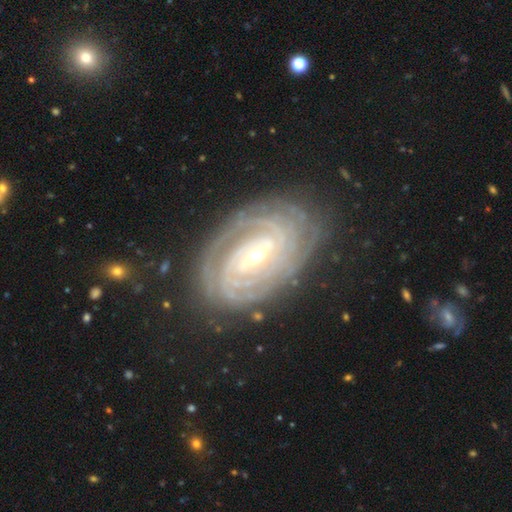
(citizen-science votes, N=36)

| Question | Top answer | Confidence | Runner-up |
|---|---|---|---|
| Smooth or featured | featured or disk | 97% | star or artifact (3%) |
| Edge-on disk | no | 100% | — |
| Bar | weak | 51% | strong (34%) |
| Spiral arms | yes | 100% | — |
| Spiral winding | tight | 83% | medium (14%) |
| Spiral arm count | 4 | 40% | 3 (37%) |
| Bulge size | small | 71% | moderate (29%) |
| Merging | none | 91% | minor disturbance (9%) |